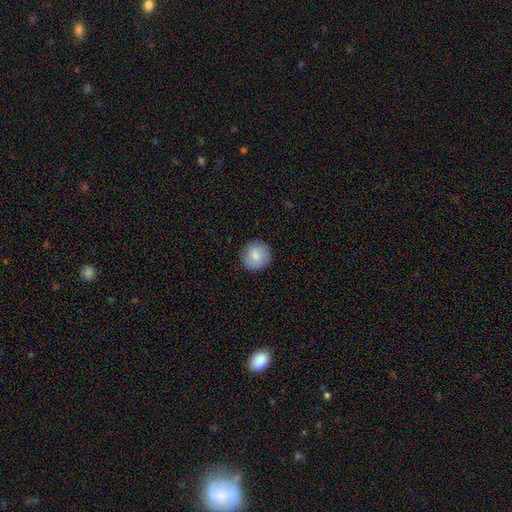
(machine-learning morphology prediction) This appears to be a smooth galaxy with no disk features (80%) that is round (94%). Merging: none (89%).